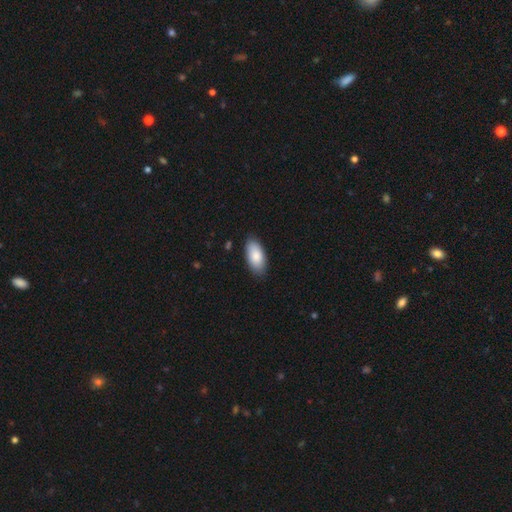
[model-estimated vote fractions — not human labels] smooth 86%, featured or disk 8%, star or artifact 6%. Down the decision tree: how rounded — in between (93%); merging — none (84%).